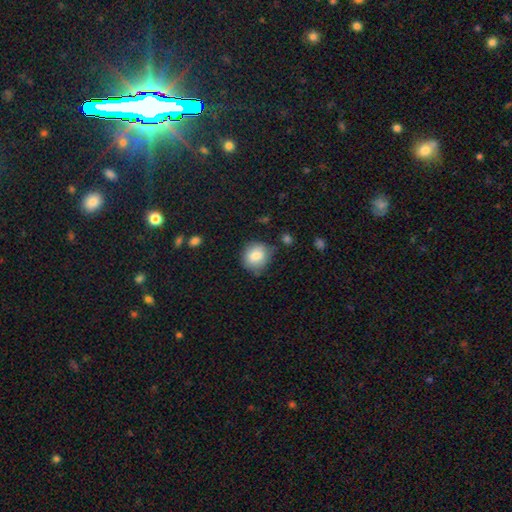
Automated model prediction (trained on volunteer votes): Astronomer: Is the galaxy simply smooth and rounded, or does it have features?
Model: smooth — 82%.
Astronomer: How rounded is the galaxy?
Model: round — 79%.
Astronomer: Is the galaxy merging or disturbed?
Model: none — 69%.